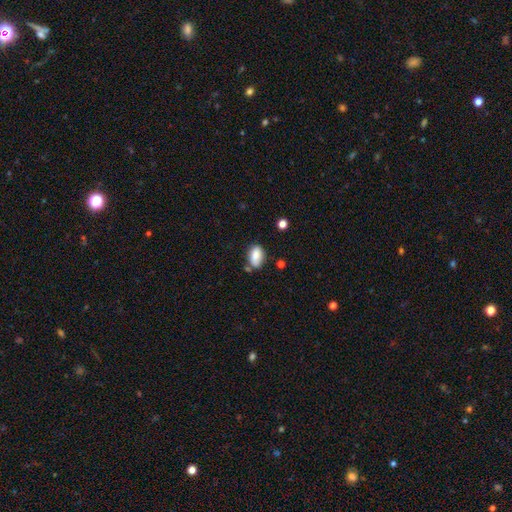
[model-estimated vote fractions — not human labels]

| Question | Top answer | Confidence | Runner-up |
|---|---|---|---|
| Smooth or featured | smooth | 85% | star or artifact (8%) |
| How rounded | in between | 91% | round (7%) |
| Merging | none | 66% | minor disturbance (21%) |